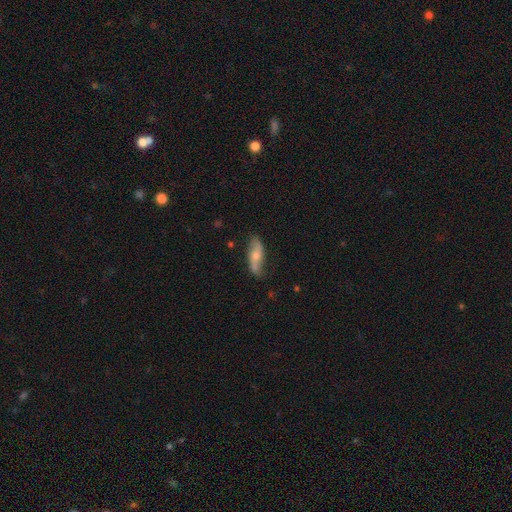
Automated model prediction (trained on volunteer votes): Smooth or featured?
  - smooth: 49% *
  - featured or disk: 45%
  - star or artifact: 6%
Merging?
  - none: 70% *
  - minor disturbance: 23%
  - major disturbance: 5%
  - merger: 2%